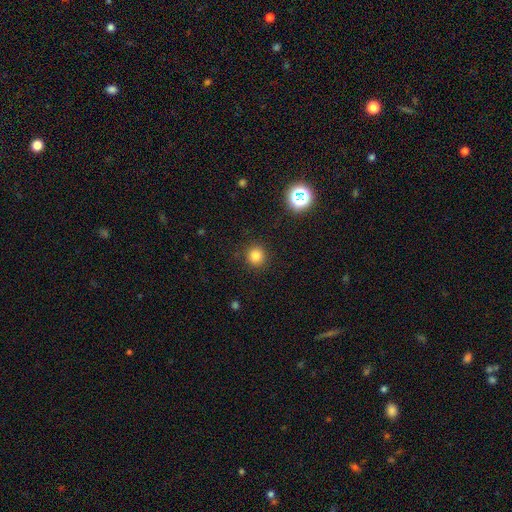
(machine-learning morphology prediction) This appears to be a smooth galaxy with no disk features (81%) that is round (93%). Merging: none (90%).